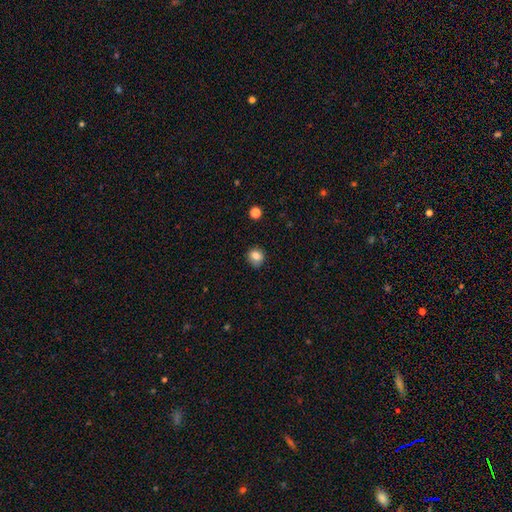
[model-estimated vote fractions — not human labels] Q: Smooth or featured?
A: smooth (81%); runner-up: star or artifact (11%)
Q: How rounded?
A: round (79%); runner-up: in between (20%)
Q: Merging?
A: none (80%); runner-up: minor disturbance (15%)